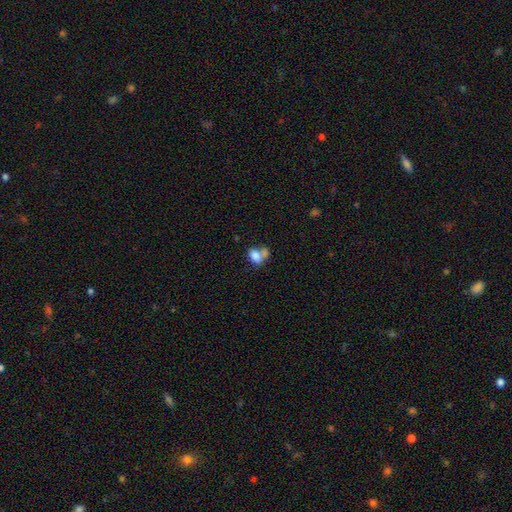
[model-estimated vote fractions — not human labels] This appears to be a smooth galaxy with no disk features (79%) that is in between round and cigar-shaped (82%). Merging: merger (53%).